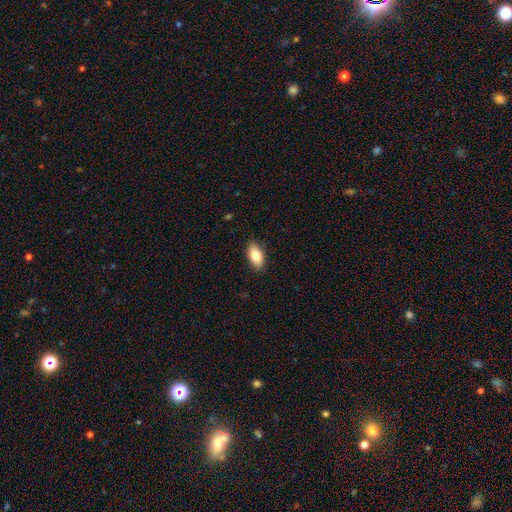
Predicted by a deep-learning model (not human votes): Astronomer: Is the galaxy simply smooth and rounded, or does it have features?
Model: smooth — 82%.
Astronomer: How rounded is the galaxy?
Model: in between — 91%.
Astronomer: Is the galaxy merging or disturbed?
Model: none — 86%.